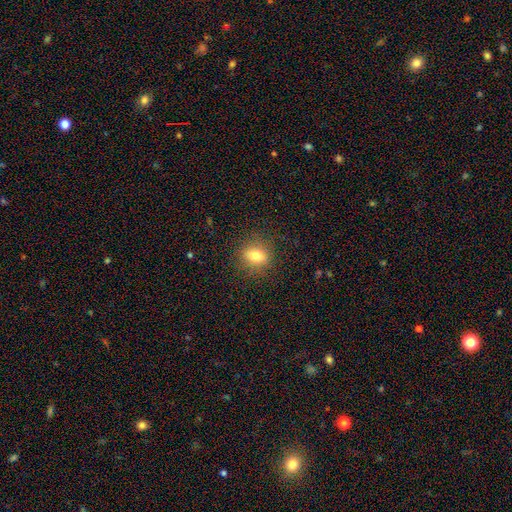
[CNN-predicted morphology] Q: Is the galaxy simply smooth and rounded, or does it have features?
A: smooth — 75%.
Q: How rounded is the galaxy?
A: in between — 56%.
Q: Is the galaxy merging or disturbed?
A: none — 85%.